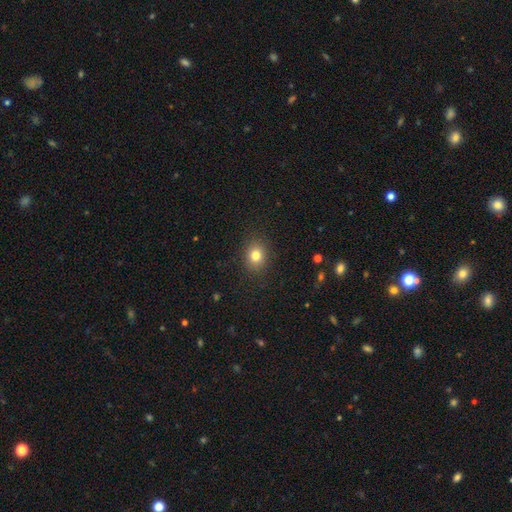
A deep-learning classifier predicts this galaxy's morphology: smooth-or-featured: smooth: 81% | star or artifact: 12% | featured or disk: 7%
  how-rounded: round: 62% | in between: 37% | cigar-shaped: 1%
  merging: none: 88% | minor disturbance: 8% | major disturbance: 3% | merger: 1%